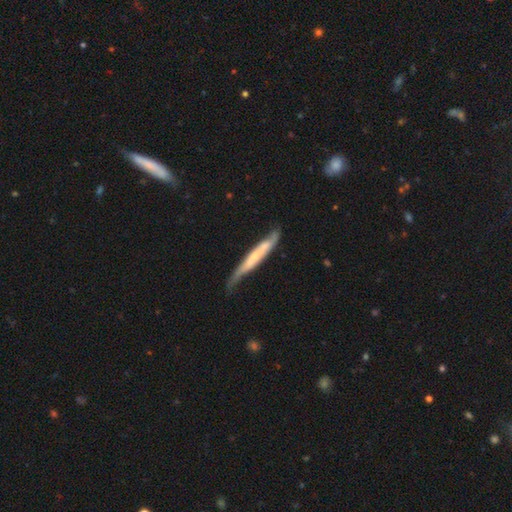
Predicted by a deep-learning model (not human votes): The model was most divided on "merging": none: 53%, minor disturbance: 33%, major disturbance: 10%, merger: 4%. More confident: edge-on disk — yes (75%); smooth or featured — featured or disk (58%).